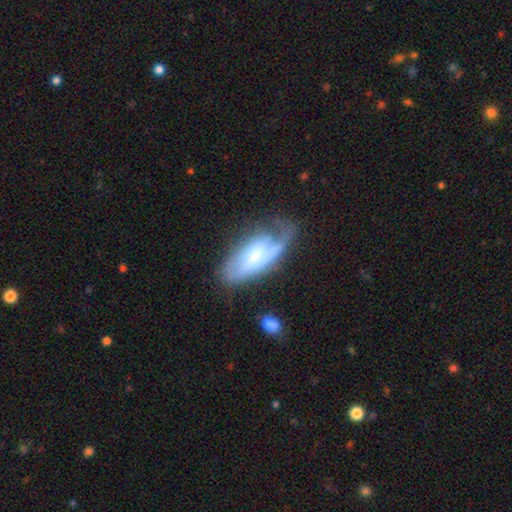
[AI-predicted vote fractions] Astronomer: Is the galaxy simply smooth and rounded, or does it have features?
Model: featured or disk — 67%.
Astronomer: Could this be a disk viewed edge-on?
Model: no — 89%.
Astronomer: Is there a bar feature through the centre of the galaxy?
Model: weak — 42% (runner-up: no, 41%).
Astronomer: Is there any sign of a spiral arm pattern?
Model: yes — 85%.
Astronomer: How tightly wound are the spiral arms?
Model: medium — 40% (runner-up: tight, 32%).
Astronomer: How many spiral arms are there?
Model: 1 — 37%, tied with 2 at 37%.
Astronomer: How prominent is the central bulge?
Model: small — 42% (runner-up: moderate, 36%).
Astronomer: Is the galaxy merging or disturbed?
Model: none — 44% (runner-up: minor disturbance, 27%).